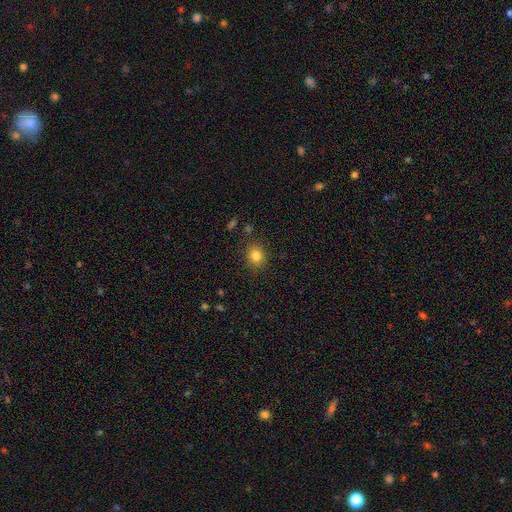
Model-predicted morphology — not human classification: A smooth galaxy with no disk features (82%) that is round (63%).

Vote fractions:
- Smooth or featured? smooth: 82% / star or artifact: 12% / featured or disk: 6%
- How rounded? round: 63% / in between: 36% / cigar-shaped: 1%
- Merging? none: 86% / minor disturbance: 10% / major disturbance: 3% / merger: 2%